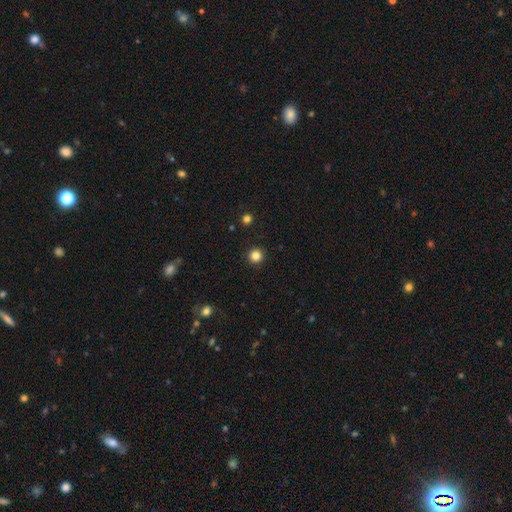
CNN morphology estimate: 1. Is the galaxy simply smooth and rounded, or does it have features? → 84% smooth, 12% star or artifact, 4% featured or disk.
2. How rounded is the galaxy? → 96% round, 3% in between, 1% cigar-shaped.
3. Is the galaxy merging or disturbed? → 94% none, 4% minor disturbance, 1% major disturbance, 1% merger.